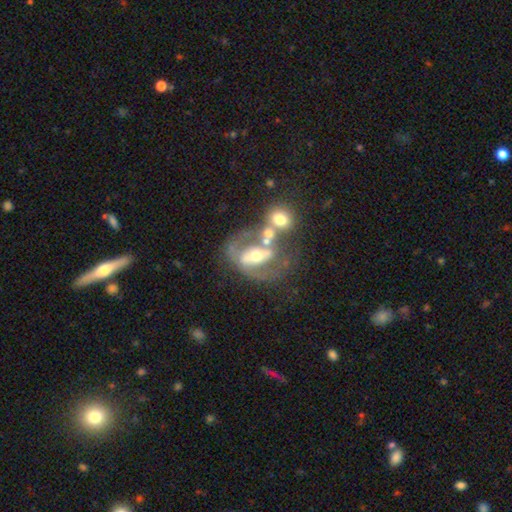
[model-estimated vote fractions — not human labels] Overall: featured or disk (70%). Edge-on disk: no (94%). Bar: strong (37%; no 36%). Spiral arms: no (53%; yes 47%). Bulge size: moderate (66%). Merging: merger (36%; none 33%).